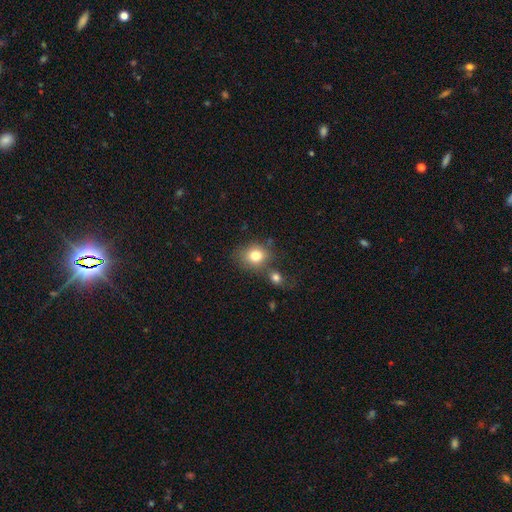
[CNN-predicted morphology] Overall: smooth (79%). How rounded: round (62%; in between 37%). Merging: none (56%; merger 23%).